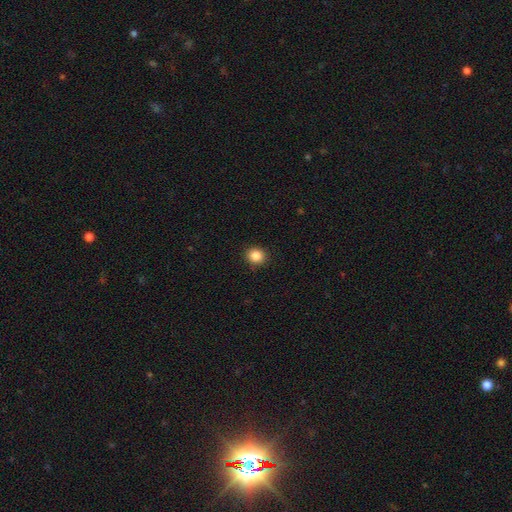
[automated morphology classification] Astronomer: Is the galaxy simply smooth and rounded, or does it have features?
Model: smooth — 86%.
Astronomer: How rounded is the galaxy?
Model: round — 80%.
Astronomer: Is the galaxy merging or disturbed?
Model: none — 91%.